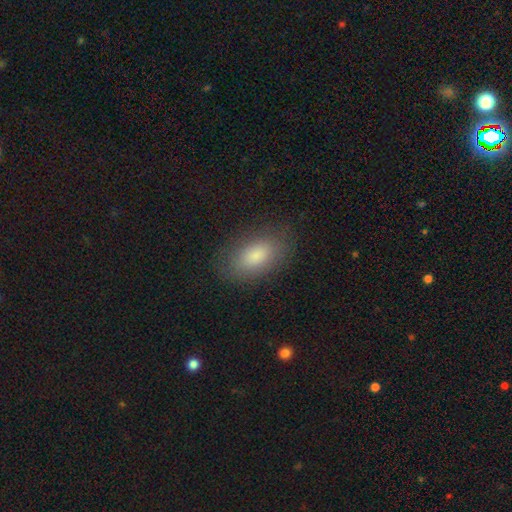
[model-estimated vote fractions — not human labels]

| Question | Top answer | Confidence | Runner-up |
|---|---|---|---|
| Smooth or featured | smooth | 82% | featured or disk (10%) |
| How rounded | in between | 91% | round (6%) |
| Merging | none | 82% | minor disturbance (12%) |